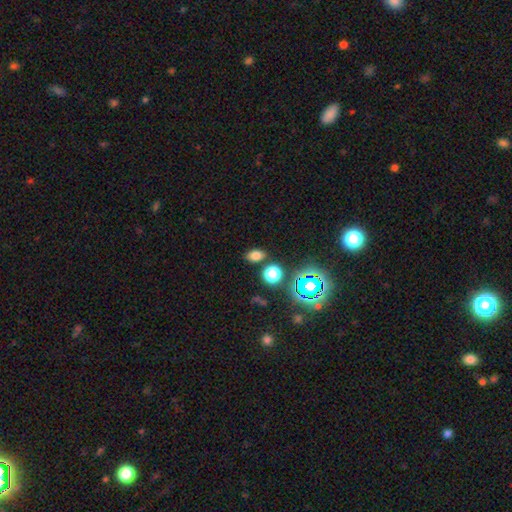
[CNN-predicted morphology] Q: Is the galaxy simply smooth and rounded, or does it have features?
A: smooth — 73%.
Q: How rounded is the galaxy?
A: in between — 76%.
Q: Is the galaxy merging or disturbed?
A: none — 80%.